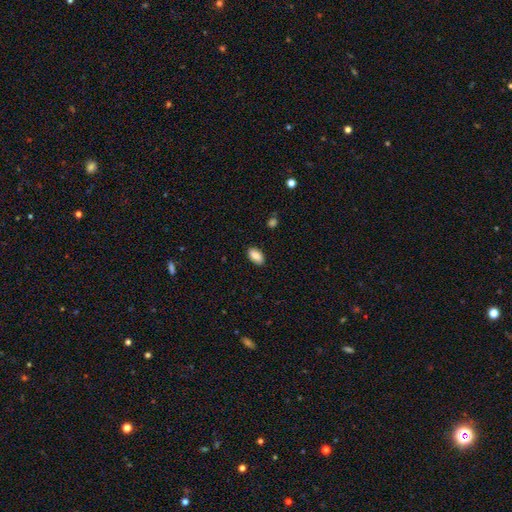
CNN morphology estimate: Overall: smooth (86%). How rounded: in between (93%). Merging: none (87%).